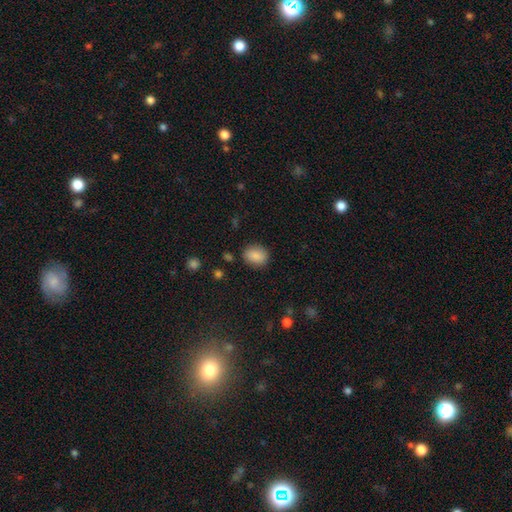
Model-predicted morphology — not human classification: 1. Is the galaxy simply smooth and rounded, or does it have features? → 87% smooth, 8% star or artifact, 5% featured or disk.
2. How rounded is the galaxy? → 55% in between, 43% round, 1% cigar-shaped.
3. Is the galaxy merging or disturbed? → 85% none, 10% minor disturbance, 3% major disturbance, 2% merger.